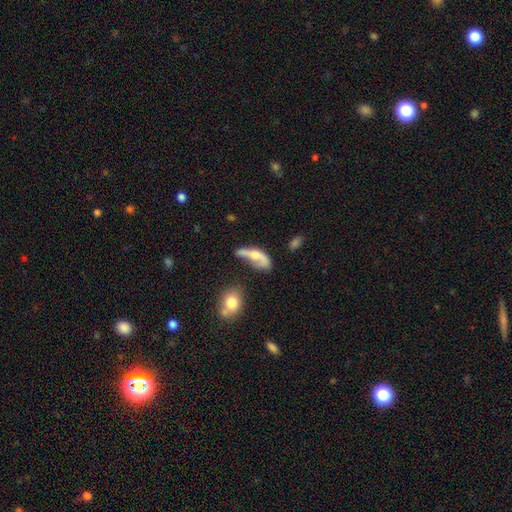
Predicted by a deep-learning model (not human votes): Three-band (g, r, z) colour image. It shows a featured or disk galaxy (50%). Merging: major disturbance (32%).